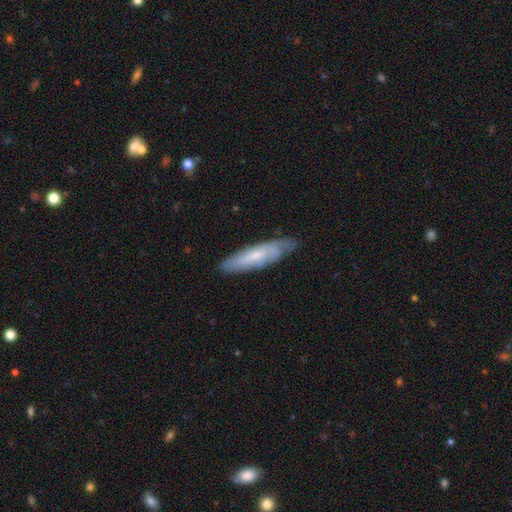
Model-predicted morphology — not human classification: Smooth or featured? Predicted: featured or disk (p=0.49). Merging? Predicted: none (p=0.72).